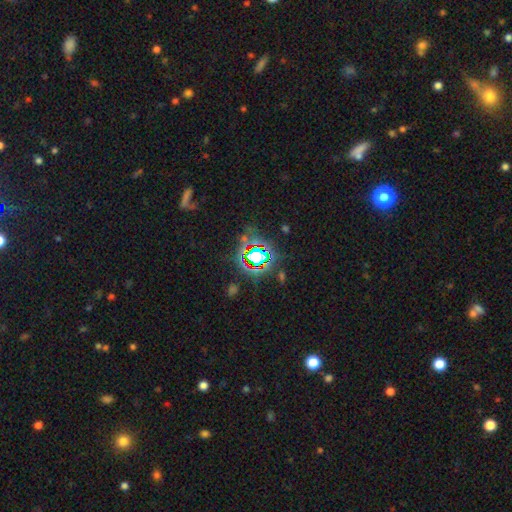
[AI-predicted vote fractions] Q: Smooth or featured?
A: star or artifact (74%); runner-up: smooth (16%)